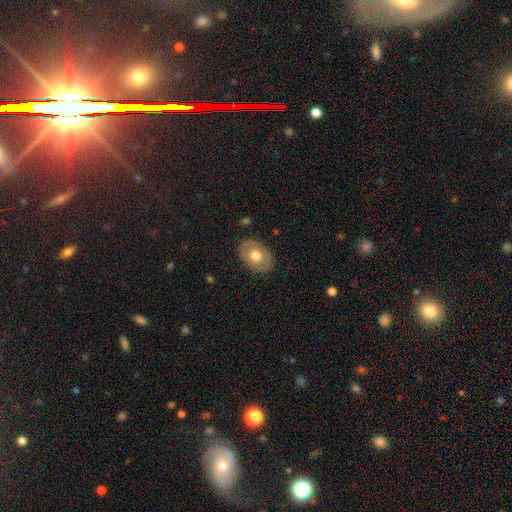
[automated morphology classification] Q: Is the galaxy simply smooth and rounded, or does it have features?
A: smooth — 61%.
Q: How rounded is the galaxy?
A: in between — 77%.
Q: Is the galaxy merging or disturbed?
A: none — 85%.